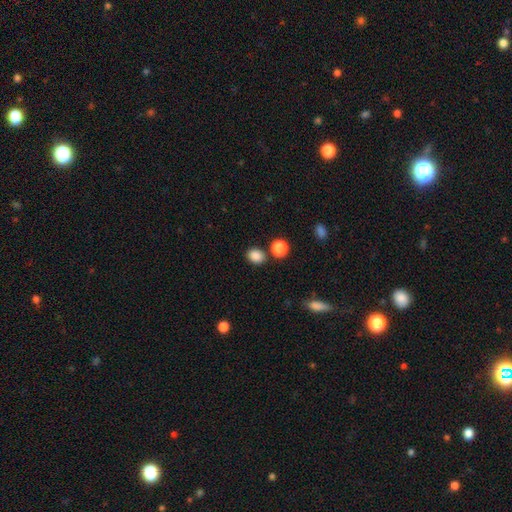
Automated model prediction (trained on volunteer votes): Smooth or featured? Predicted: smooth (p=0.86). How rounded? Predicted: round (p=0.52). Merging? Predicted: none (p=0.79).